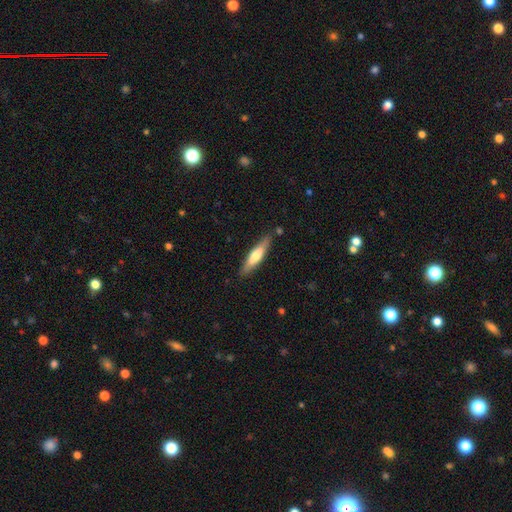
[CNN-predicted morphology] This is possibly a smooth galaxy (56%). How rounded: likely cigar-shaped (80%). Merging: clearly none (83%).